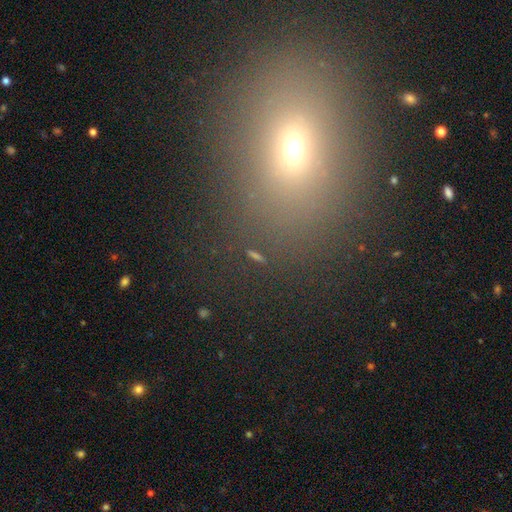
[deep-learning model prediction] Smooth or featured? Predicted: star or artifact (p=0.48).